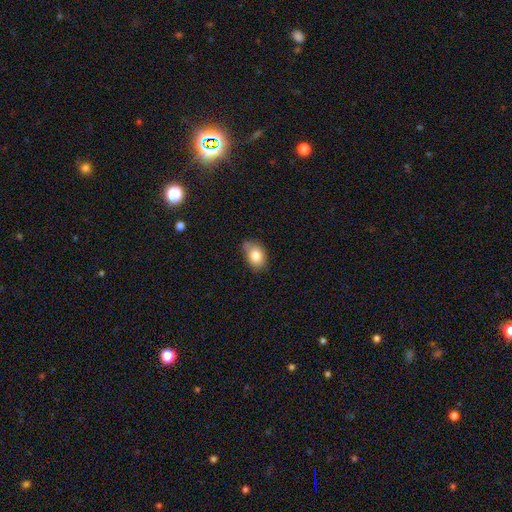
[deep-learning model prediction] This is clearly a smooth galaxy (81%). How rounded: likely in between (78%). Merging: possibly none (59%).